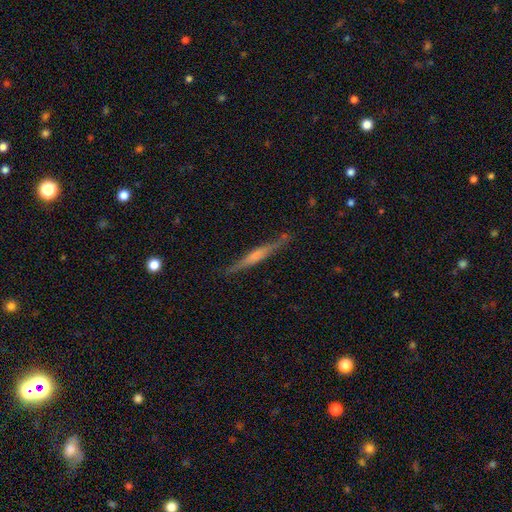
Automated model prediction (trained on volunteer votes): featured or disk 62%, smooth 31%, star or artifact 6%. Down the decision tree: edge-on disk — yes (96%); edge-on bulge — rounded (39%); merging — none (83%).